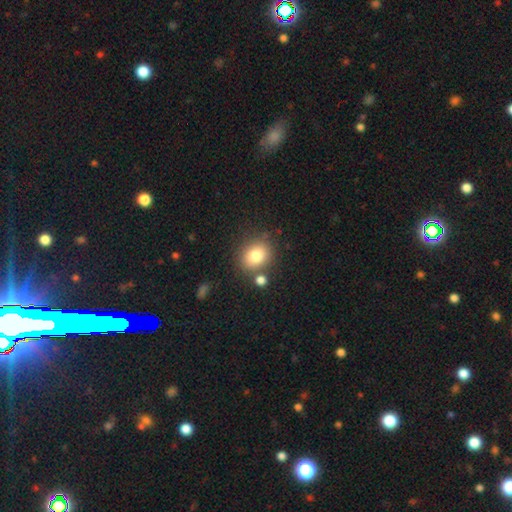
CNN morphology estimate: type=smooth (79%); roundness=round (64%); merging=none (74%).